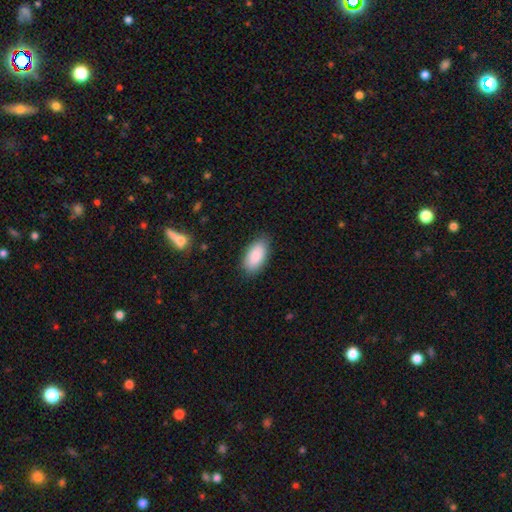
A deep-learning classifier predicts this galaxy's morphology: The model was most divided on "merging": none: 85%, minor disturbance: 12%, major disturbance: 2%, merger: 1%. More confident: how rounded — in between (94%); smooth or featured — smooth (88%).